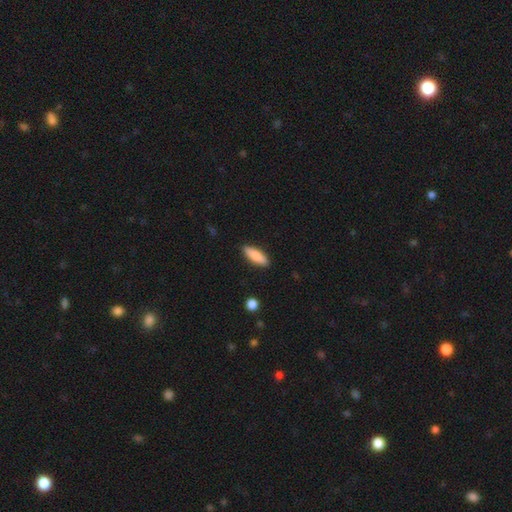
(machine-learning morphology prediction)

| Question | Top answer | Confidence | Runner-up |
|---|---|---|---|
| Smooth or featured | smooth | 83% | featured or disk (11%) |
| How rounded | cigar-shaped | 51% | in between (47%) |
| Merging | none | 89% | minor disturbance (8%) |